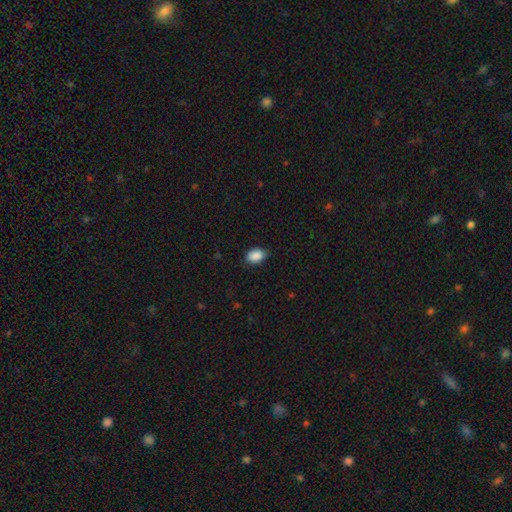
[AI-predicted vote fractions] Smooth or featured? Predicted: smooth (p=0.89). How rounded? Predicted: in between (p=0.84). Merging? Predicted: none (p=0.79).